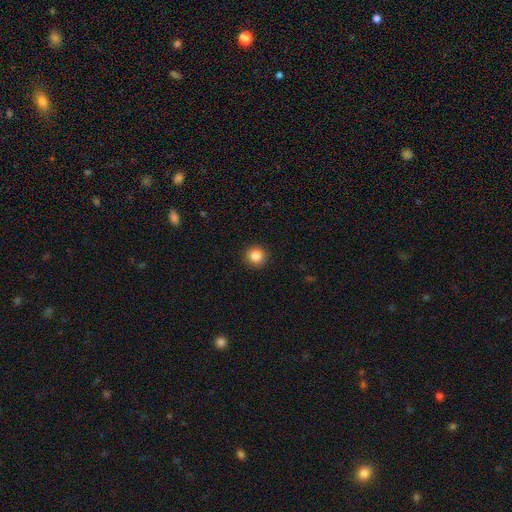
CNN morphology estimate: smooth_or_featured: smooth (p=0.86) [alt: star or artifact p=0.10]
how_rounded: round (p=0.93) [alt: in between p=0.06]
merging: none (p=0.92) [alt: minor disturbance p=0.05]